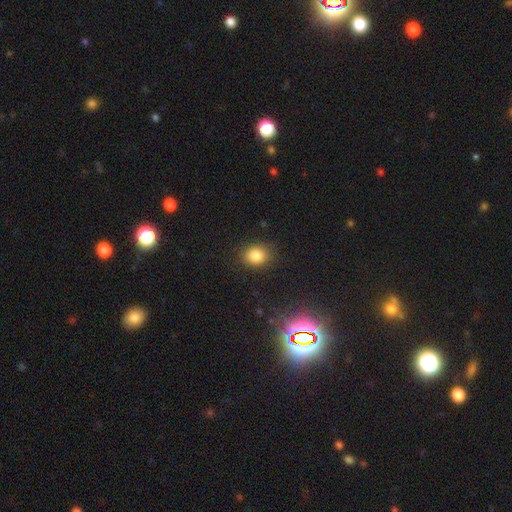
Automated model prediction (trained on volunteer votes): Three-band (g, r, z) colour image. It shows a smooth galaxy with no disk features (83%) that is round (54%). Merging: none (84%).